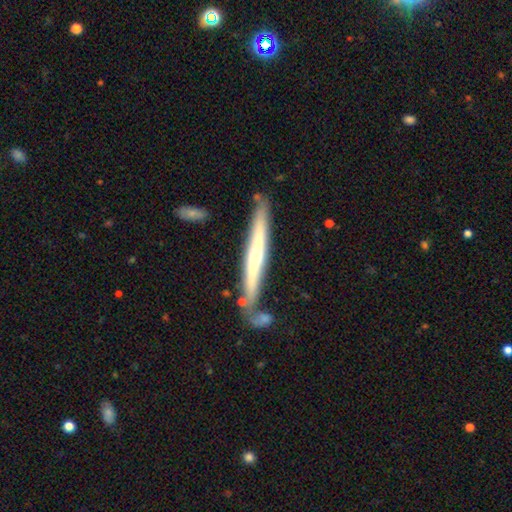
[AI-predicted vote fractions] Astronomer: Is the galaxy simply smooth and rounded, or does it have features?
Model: featured or disk — 62%.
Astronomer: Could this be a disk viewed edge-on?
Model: yes — 92%.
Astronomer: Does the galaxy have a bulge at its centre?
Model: rounded — 70%.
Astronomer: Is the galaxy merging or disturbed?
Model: none — 71%.